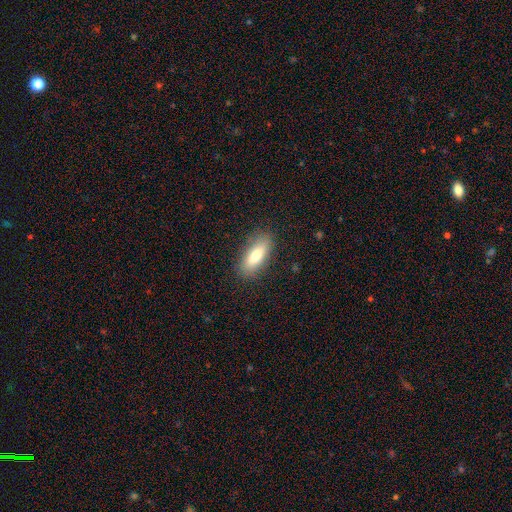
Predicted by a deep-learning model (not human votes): smooth 78%, featured or disk 15%, star or artifact 7%. Down the decision tree: how rounded — in between (66%); merging — none (86%).